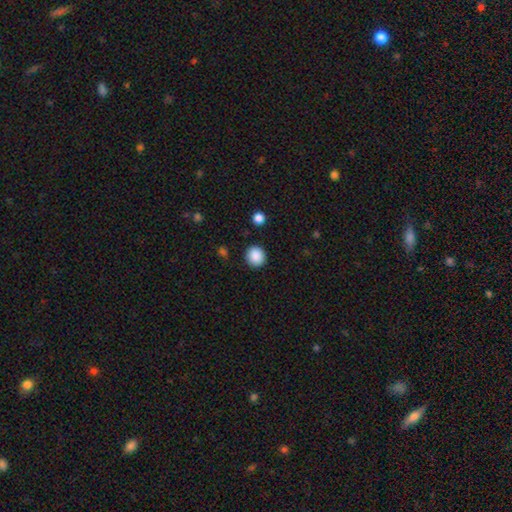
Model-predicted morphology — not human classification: This appears to be a smooth galaxy with no disk features (89%) that is round (90%). Merging: none (90%).